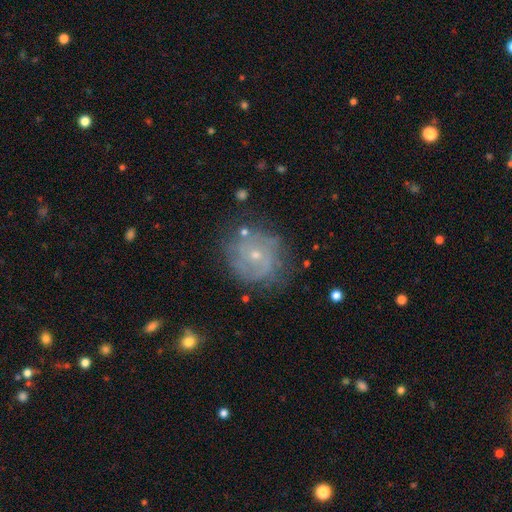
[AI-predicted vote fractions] Overall: featured or disk (66%). Edge-on disk: no (97%). Bar: no (77%). Spiral arms: yes (77%). Bulge size: small (72%). Merging: none (69%).